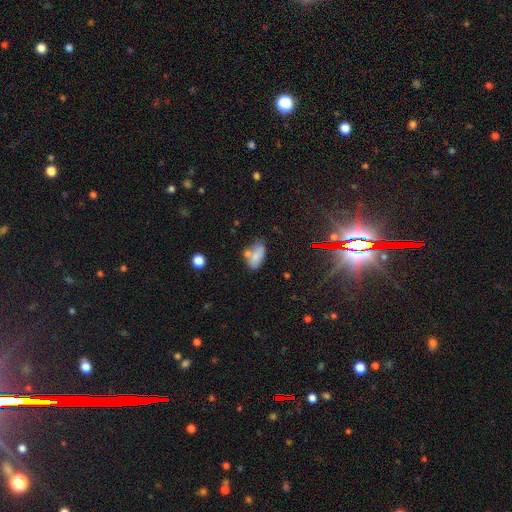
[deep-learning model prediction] Smooth or featured?
  - smooth: 71% *
  - featured or disk: 18%
  - star or artifact: 11%
How rounded?
  - in between: 90% *
  - round: 6%
  - cigar-shaped: 4%
Merging?
  - none: 45% *
  - merger: 26%
  - minor disturbance: 22%
  - major disturbance: 7%